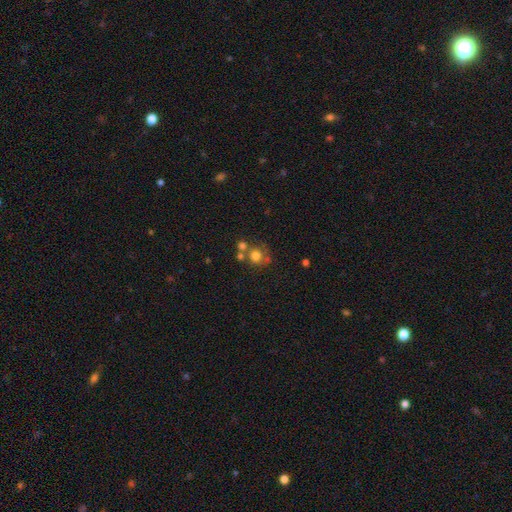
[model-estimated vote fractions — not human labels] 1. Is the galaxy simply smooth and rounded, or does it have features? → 73% smooth, 14% star or artifact, 13% featured or disk.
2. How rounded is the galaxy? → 85% round, 14% in between, 1% cigar-shaped.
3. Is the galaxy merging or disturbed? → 52% none, 32% merger, 10% minor disturbance, 6% major disturbance.